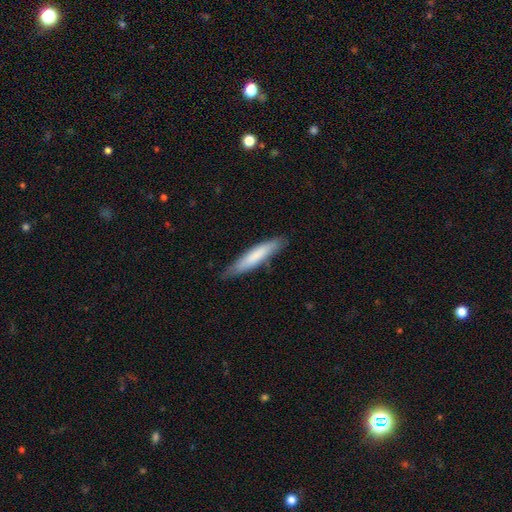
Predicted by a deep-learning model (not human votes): A smooth galaxy with no disk features (73%) that is cigar-shaped (86%). Merging: none (79%).